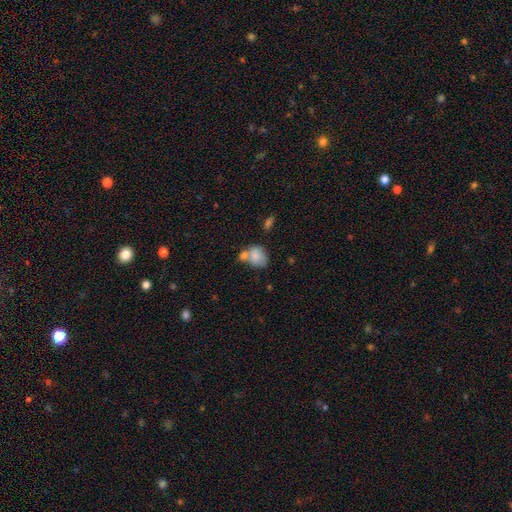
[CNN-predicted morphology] smooth_or_featured: smooth (p=0.81) [alt: featured or disk p=0.12]
how_rounded: in between (p=0.58) [alt: round p=0.41]
merging: merger (p=0.40) [alt: none p=0.38]